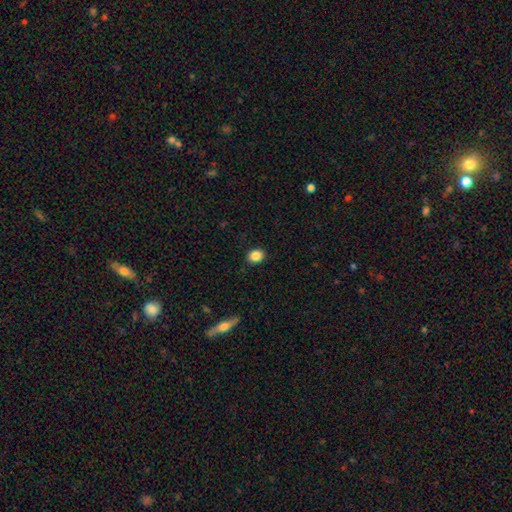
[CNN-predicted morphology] A smooth galaxy with no disk features (87%) that is round (56%).

Vote fractions:
- Smooth or featured? smooth: 87% / star or artifact: 9% / featured or disk: 4%
- How rounded? round: 56% / in between: 43% / cigar-shaped: 1%
- Merging? none: 90% / minor disturbance: 7% / major disturbance: 2% / merger: 1%